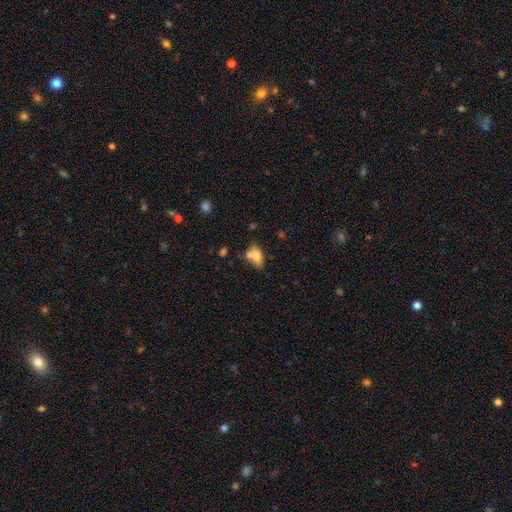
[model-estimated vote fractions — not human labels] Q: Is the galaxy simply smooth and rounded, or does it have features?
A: smooth — 68%.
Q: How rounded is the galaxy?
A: in between — 84%.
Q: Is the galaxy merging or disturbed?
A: none — 43%.